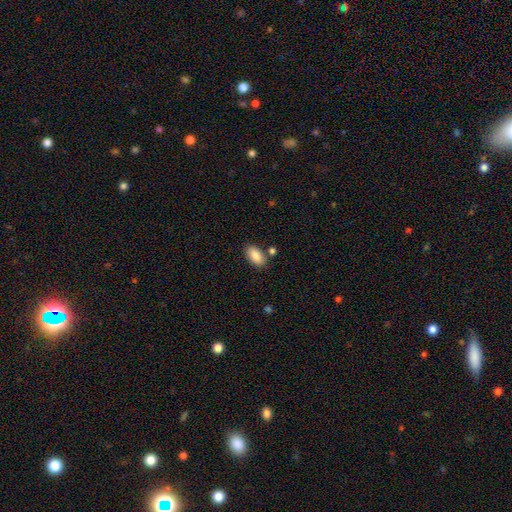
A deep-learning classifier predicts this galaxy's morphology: A smooth galaxy with no disk features (87%) that is in between round and cigar-shaped (93%). Merging: none (78%).